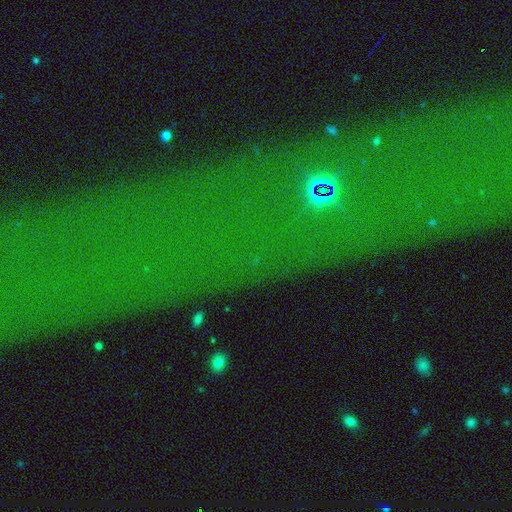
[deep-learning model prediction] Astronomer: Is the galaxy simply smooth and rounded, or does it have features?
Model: star or artifact — 73%.